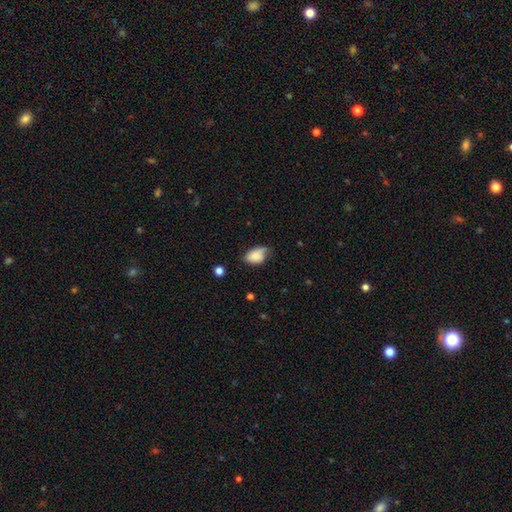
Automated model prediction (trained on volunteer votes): Smooth or featured: smooth — 80% (featured or disk — 13%)
How rounded: in between — 87% (round — 11%)
Merging: none — 43% (tied with minor disturbance — 43%)